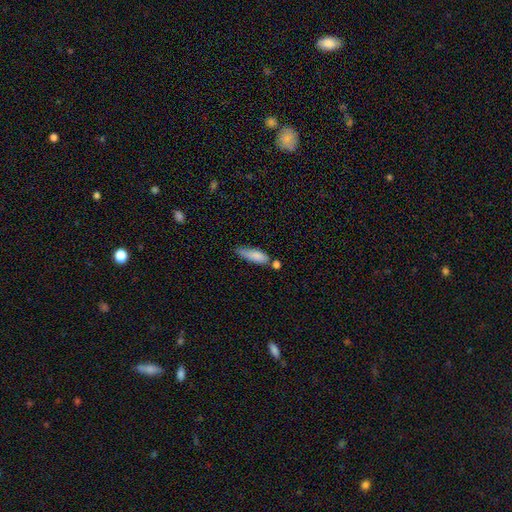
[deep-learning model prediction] Morphology: type=smooth (82%); roundness=in between (53%); merging=none (42%).